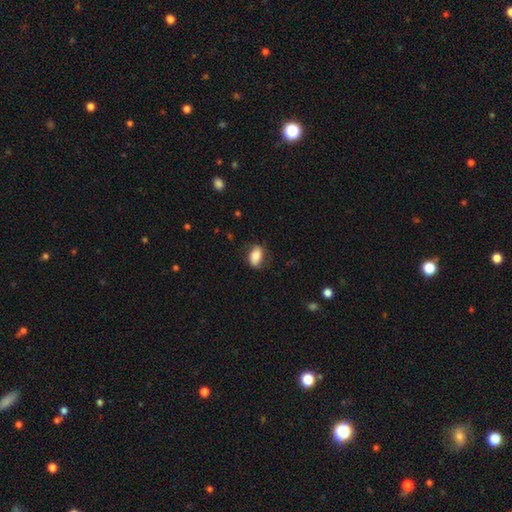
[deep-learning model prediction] Smooth or featured: smooth — 72% (featured or disk — 21%)
How rounded: in between — 88% (round — 9%)
Merging: none — 69% (minor disturbance — 22%)